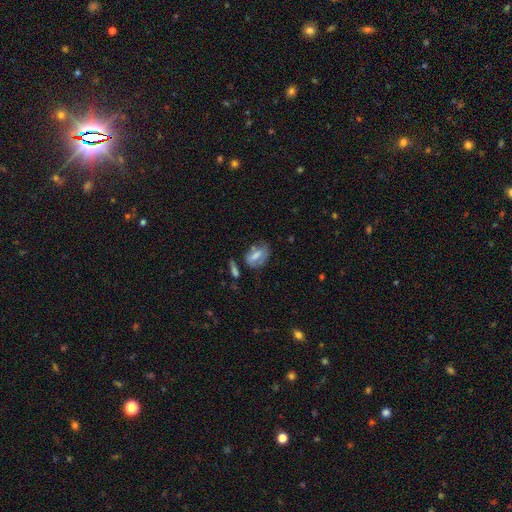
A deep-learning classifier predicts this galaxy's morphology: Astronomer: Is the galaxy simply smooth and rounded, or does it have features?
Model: smooth — 56% (runner-up: featured or disk, 34%).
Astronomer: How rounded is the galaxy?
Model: in between — 80%.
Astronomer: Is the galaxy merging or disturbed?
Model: none — 43% (runner-up: minor disturbance, 28%).